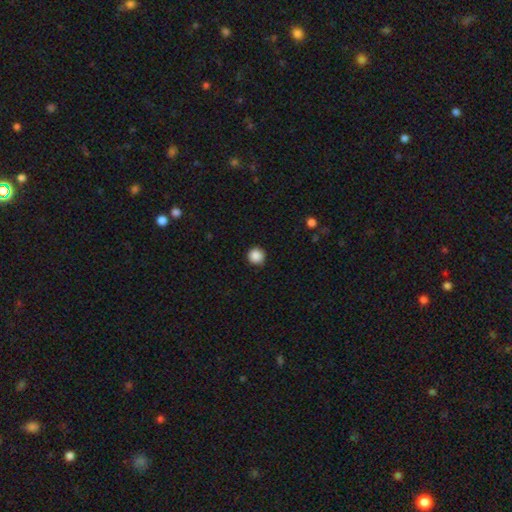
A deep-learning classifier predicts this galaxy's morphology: smooth_or_featured: smooth (p=0.88) [alt: star or artifact p=0.09]
how_rounded: round (p=0.96) [alt: in between p=0.03]
merging: none (p=0.92) [alt: minor disturbance p=0.05]